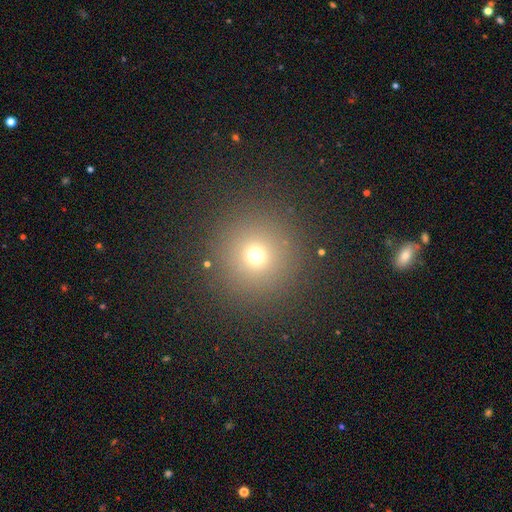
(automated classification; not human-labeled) This appears to be a smooth galaxy with no disk features (69%) that is round (95%). Merging: none (89%).